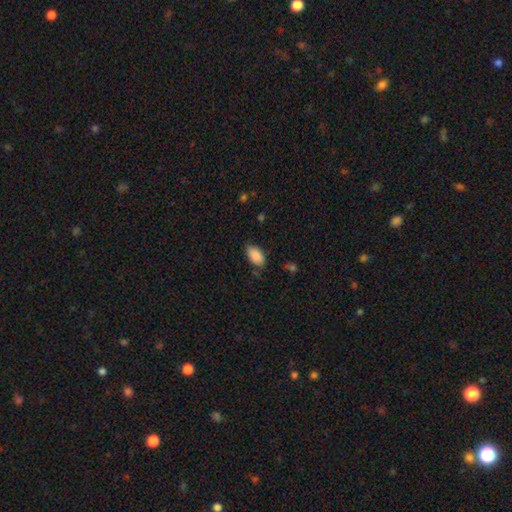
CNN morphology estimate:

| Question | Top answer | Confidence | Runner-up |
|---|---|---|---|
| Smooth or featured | smooth | 89% | star or artifact (7%) |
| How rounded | in between | 94% | round (4%) |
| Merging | none | 75% | minor disturbance (19%) |